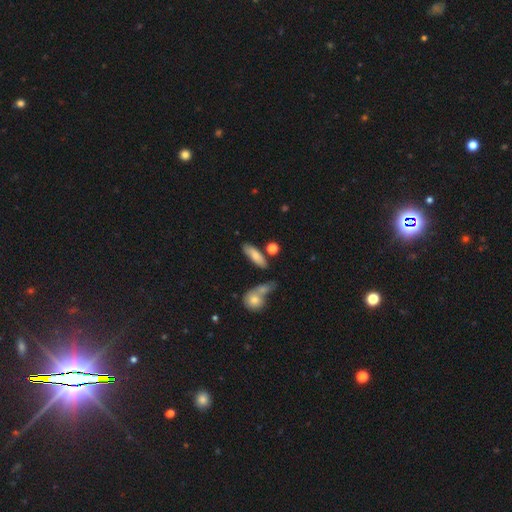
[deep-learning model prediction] smooth_or_featured: smooth (p=0.72) [alt: featured or disk p=0.21]
how_rounded: in between (p=0.53) [alt: cigar-shaped p=0.44]
merging: none (p=0.65) [alt: minor disturbance p=0.15]